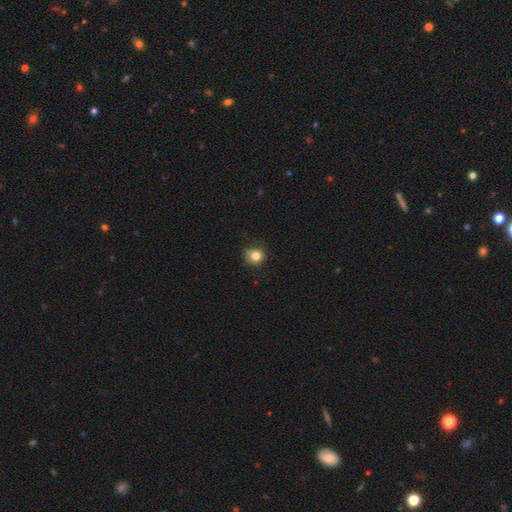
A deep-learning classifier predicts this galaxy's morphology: smooth-or-featured: smooth: 80% | star or artifact: 13% | featured or disk: 8%
  how-rounded: round: 84% | in between: 15% | cigar-shaped: 1%
  merging: none: 70% | minor disturbance: 22% | major disturbance: 5% | merger: 3%